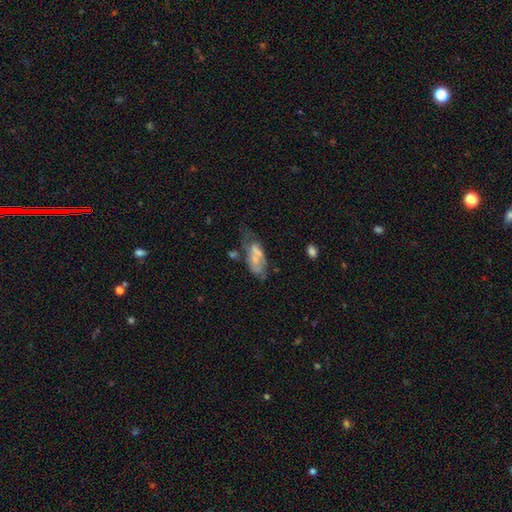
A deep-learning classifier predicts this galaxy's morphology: featured or disk 50%, smooth 41%, star or artifact 8%. Down the decision tree: edge-on disk — no (90%); merging — none (32%).